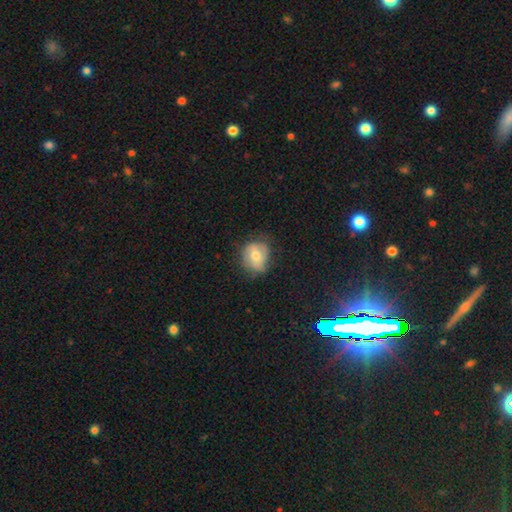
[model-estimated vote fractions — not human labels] smooth 59%, featured or disk 33%, star or artifact 8%. Down the decision tree: how rounded — round (69%); merging — none (63%).